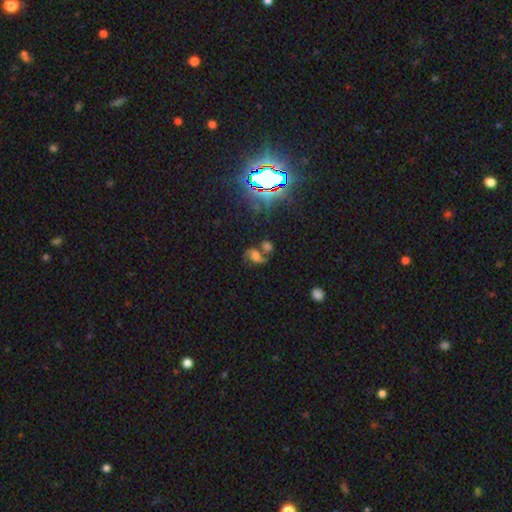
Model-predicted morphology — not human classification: Smooth or featured?
  - featured or disk: 53% *
  - star or artifact: 24%
  - smooth: 24%
Edge-on disk?
  - no: 96% *
  - yes: 4%
Bar?
  - no: 58% *
  - weak: 30%
  - strong: 12%
Spiral arms?
  - yes: 82% *
  - no: 18%
Bulge size?
  - moderate: 43% *
  - large: 24%
  - small: 18%
  - none: 11%
  - dominant: 4%
Merging?
  - none: 40% *
  - merger: 37%
  - minor disturbance: 13%
  - major disturbance: 10%